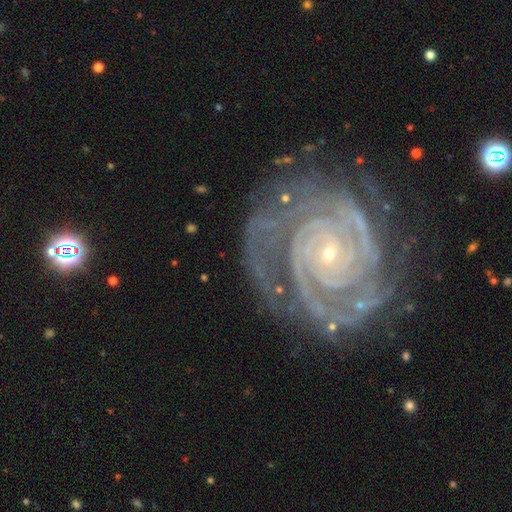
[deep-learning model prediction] Smooth or featured? Predicted: featured or disk (p=0.91). Edge-on disk? Predicted: no (p=0.98). Bar? Predicted: no (p=0.73). Spiral arms? Predicted: yes (p=0.98). Spiral winding? Predicted: tight (p=0.82). Spiral arm count? Predicted: 2 (p=0.39). Bulge size? Predicted: small (p=0.86). Merging? Predicted: none (p=0.73).